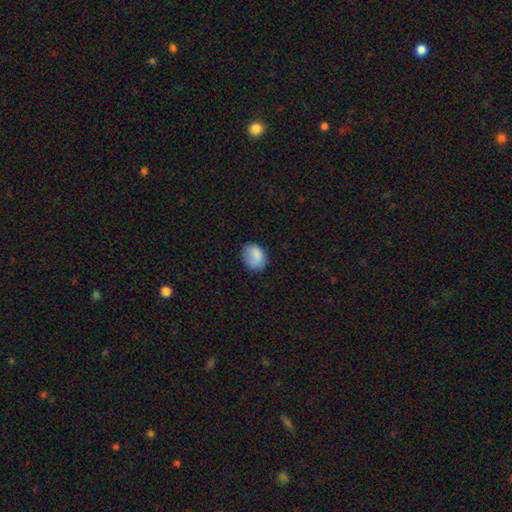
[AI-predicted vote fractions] Smooth or featured? smooth (84%)
How rounded? in between (56%)
Merging? none (72%)